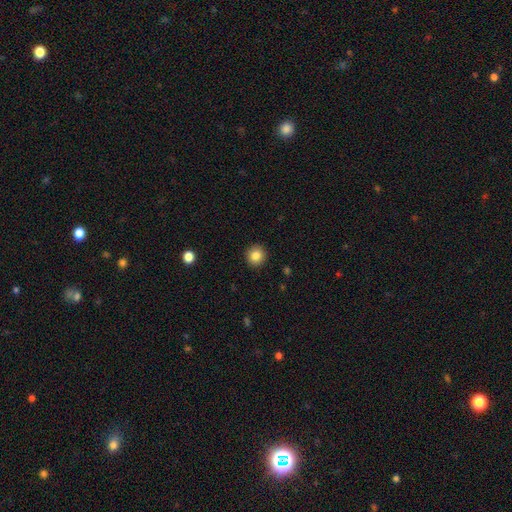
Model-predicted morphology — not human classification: The model was most divided on "smooth or featured": smooth: 84%, star or artifact: 10%, featured or disk: 6%. More confident: merging — none (92%); how rounded — round (92%).